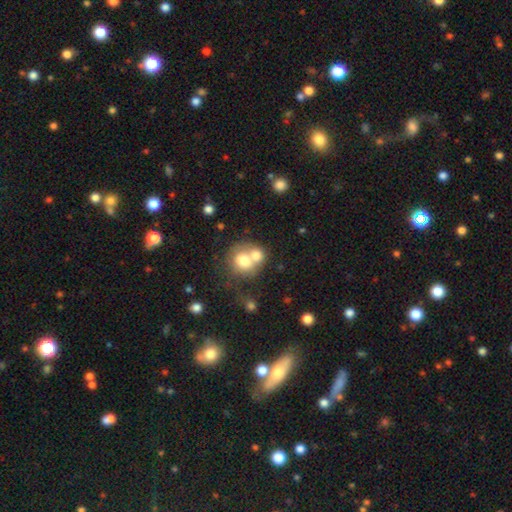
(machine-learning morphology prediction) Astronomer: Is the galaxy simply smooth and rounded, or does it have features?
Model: smooth — 71%.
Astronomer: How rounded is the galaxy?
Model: round — 75%.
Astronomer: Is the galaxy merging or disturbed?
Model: merger — 61%.